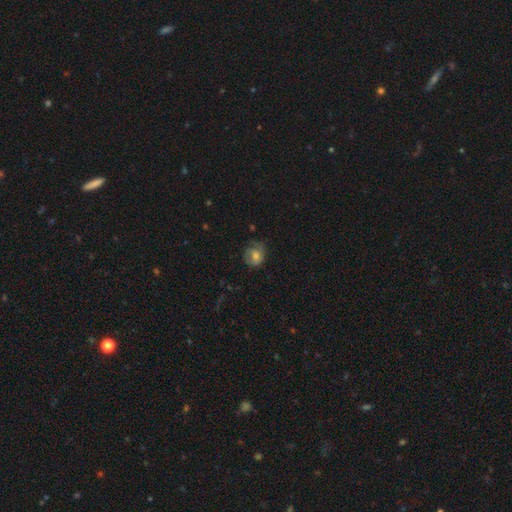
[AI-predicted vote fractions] Smooth or featured? Predicted: smooth (p=0.58). How rounded? Predicted: round (p=0.63). Merging? Predicted: none (p=0.56).